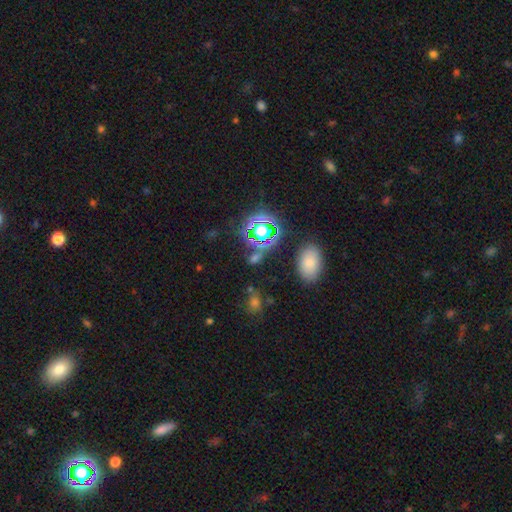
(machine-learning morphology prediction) The model was most divided on "smooth or featured": star or artifact: 59%, smooth: 31%, featured or disk: 10%.